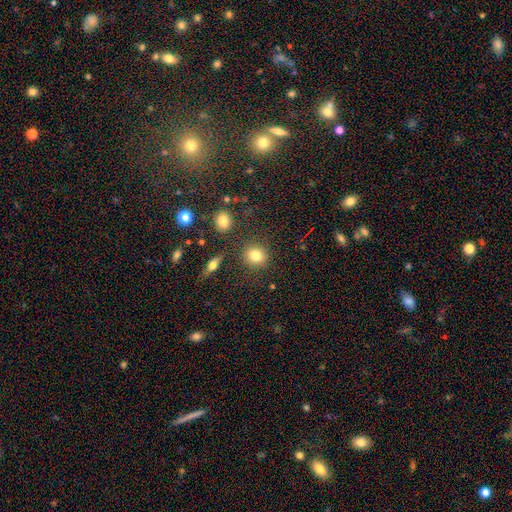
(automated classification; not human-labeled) The model was most divided on "how rounded": round: 78%, in between: 20%, cigar-shaped: 2%. More confident: merging — none (83%); smooth or featured — smooth (81%).